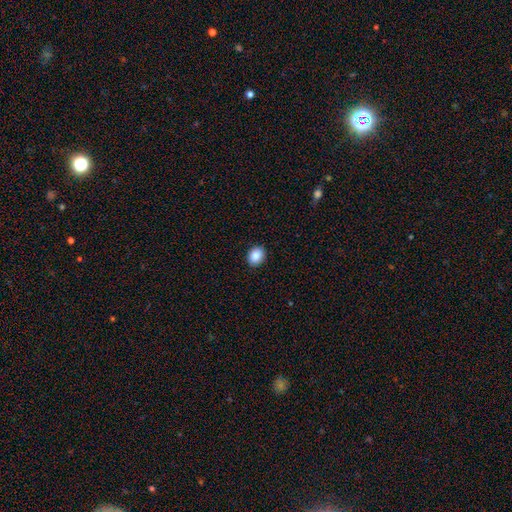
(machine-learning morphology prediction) Smooth or featured? smooth (88%)
How rounded? round (52%)
Merging? none (91%)